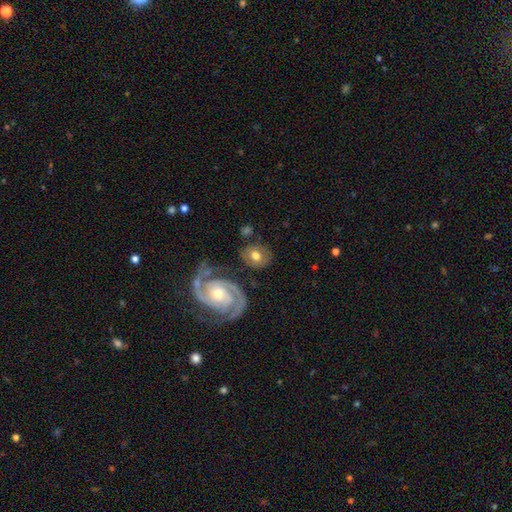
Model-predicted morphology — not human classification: Smooth or featured: smooth — 52% (featured or disk — 42%)
How rounded: round — 59% (in between — 40%)
Merging: none — 74% (minor disturbance — 13%)